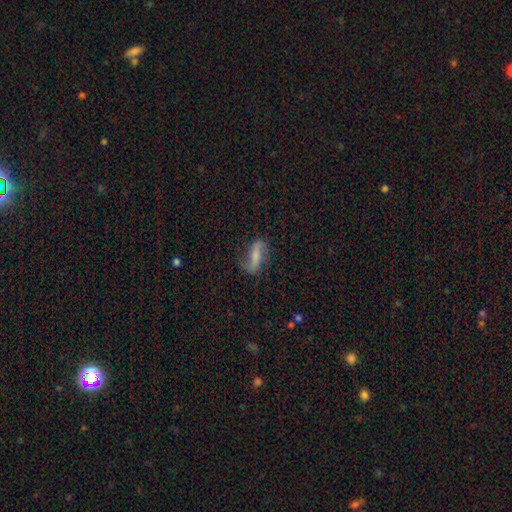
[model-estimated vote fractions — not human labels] Overall: smooth (46%; featured or disk 45%). Merging: none (64%).